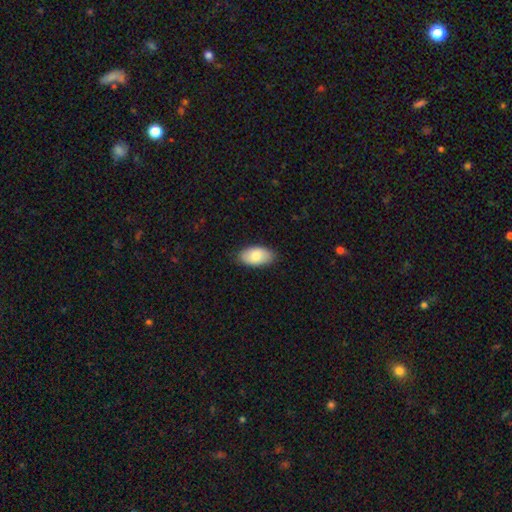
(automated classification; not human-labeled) Q: Smooth or featured?
A: smooth (82%); runner-up: featured or disk (12%)
Q: How rounded?
A: in between (95%); runner-up: round (3%)
Q: Merging?
A: none (84%); runner-up: minor disturbance (13%)